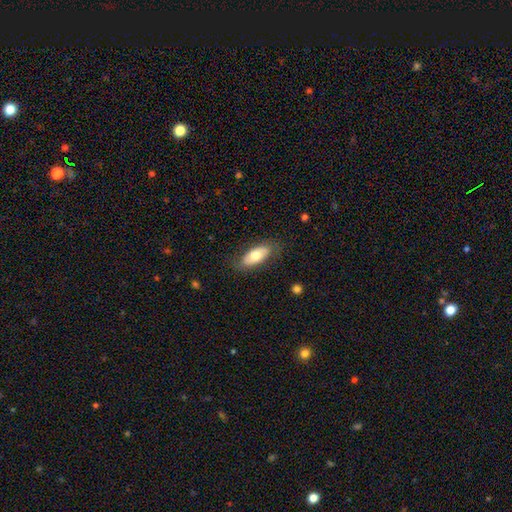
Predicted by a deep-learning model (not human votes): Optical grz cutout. It shows a smooth galaxy with no disk features (67%) that is in between round and cigar-shaped (86%). Merging: none (80%).